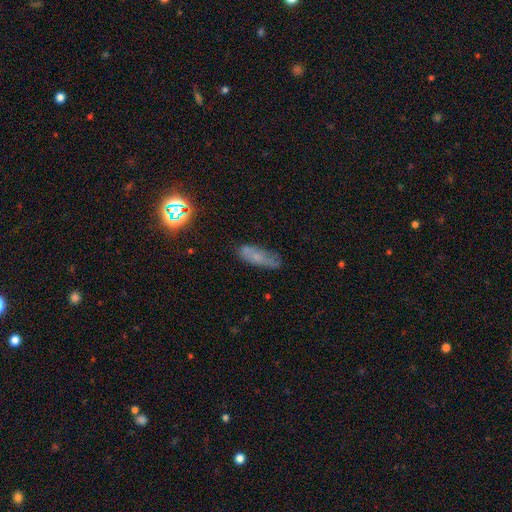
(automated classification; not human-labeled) A smooth galaxy with no disk features (53%) that is in between round and cigar-shaped (51%).

Vote fractions:
- Smooth or featured? smooth: 53% / featured or disk: 31% / star or artifact: 16%
- How rounded? in between: 51% / cigar-shaped: 45% / round: 4%
- Merging? none: 62% / minor disturbance: 25% / major disturbance: 8% / merger: 5%